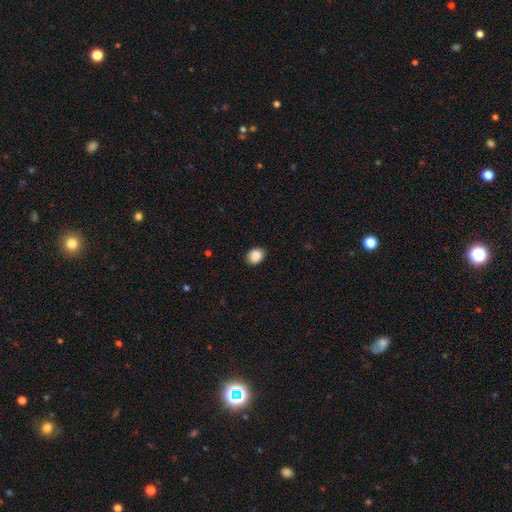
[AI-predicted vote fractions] Smooth or featured: smooth — 89% (star or artifact — 8%)
How rounded: in between — 61% (round — 38%)
Merging: none — 83% (minor disturbance — 14%)